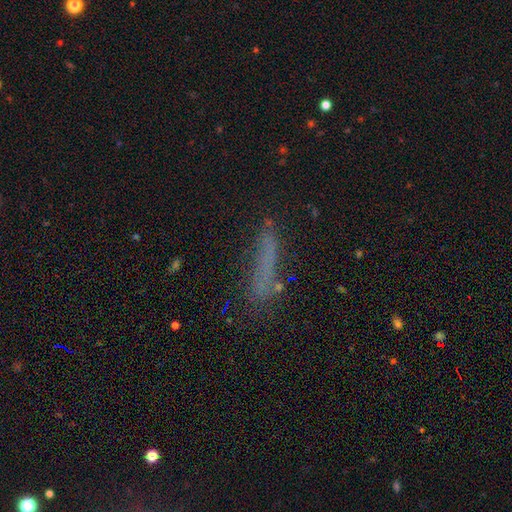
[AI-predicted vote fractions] Smooth or featured? smooth (61%)
How rounded? cigar-shaped (85%)
Merging? none (64%)